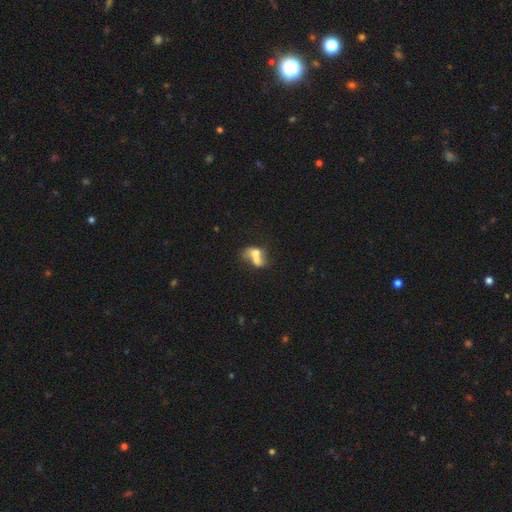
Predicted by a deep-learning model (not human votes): Smooth or featured?
  - smooth: 55% *
  - featured or disk: 34%
  - star or artifact: 11%
How rounded?
  - in between: 73% *
  - round: 23%
  - cigar-shaped: 4%
Merging?
  - merger: 63% *
  - none: 18%
  - major disturbance: 10%
  - minor disturbance: 9%